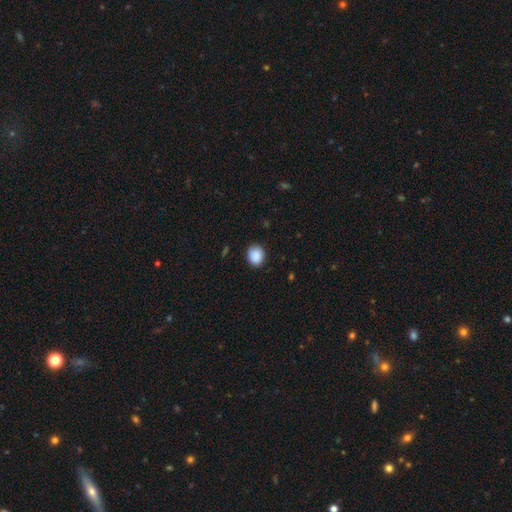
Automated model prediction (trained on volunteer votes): smooth 89%, star or artifact 8%, featured or disk 3%. Down the decision tree: how rounded — round (64%); merging — none (87%).